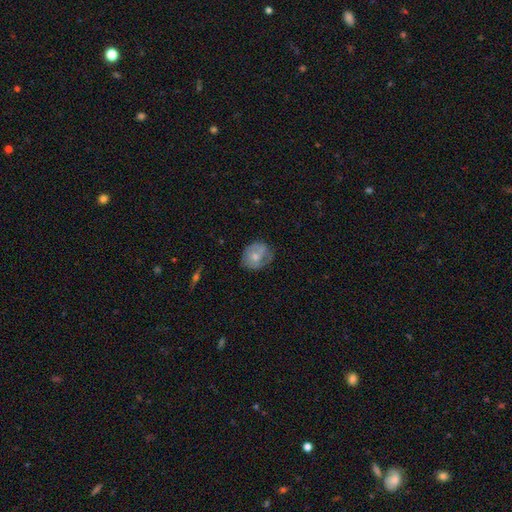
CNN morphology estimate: Q: Smooth or featured?
A: smooth (54%); runner-up: featured or disk (39%)
Q: How rounded?
A: round (64%); runner-up: in between (34%)
Q: Merging?
A: none (60%); runner-up: minor disturbance (28%)